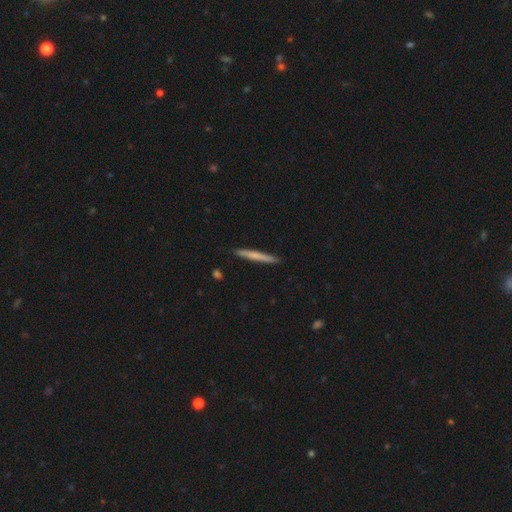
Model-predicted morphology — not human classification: Smooth or featured: smooth — 63% (featured or disk — 32%)
How rounded: cigar-shaped — 97% (in between — 2%)
Merging: none — 90% (minor disturbance — 7%)